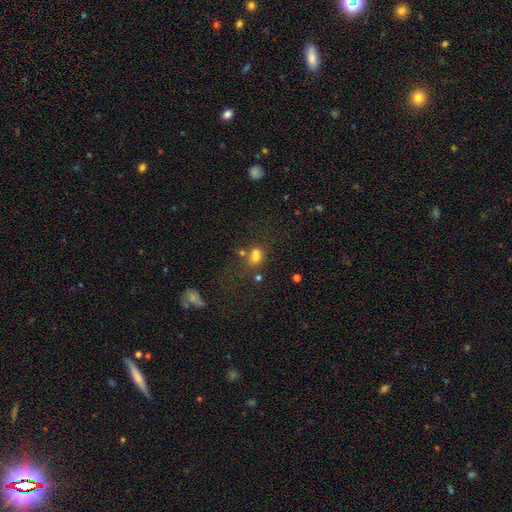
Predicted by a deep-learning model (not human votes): The model was most divided on "merging": none: 39%, merger: 37%, minor disturbance: 14%, major disturbance: 10%. More confident: smooth or featured — smooth (68%); how rounded — in between (56%).